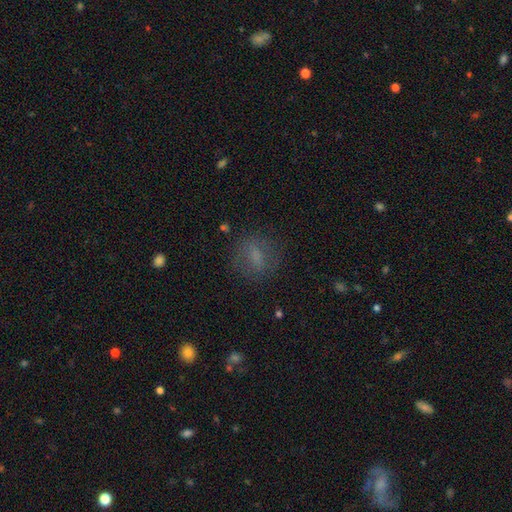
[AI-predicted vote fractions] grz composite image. It shows a smooth galaxy with no disk features (66%) that is round (53%). Merging: none (77%).